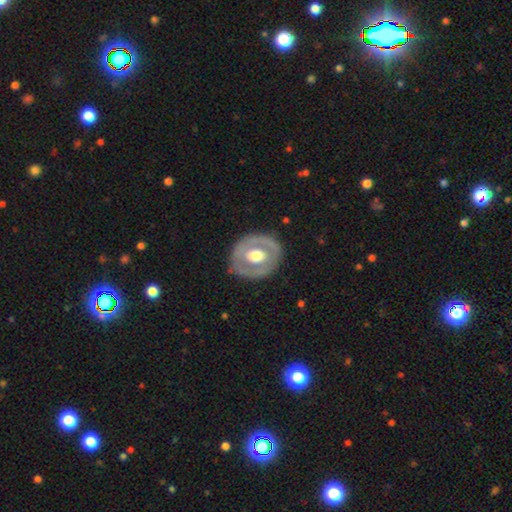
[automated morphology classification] This appears to be a featured or disk galaxy (60%) with no bar (73%), no spiral arms (82%) and a moderate central bulge (57%). Merging: none (79%).